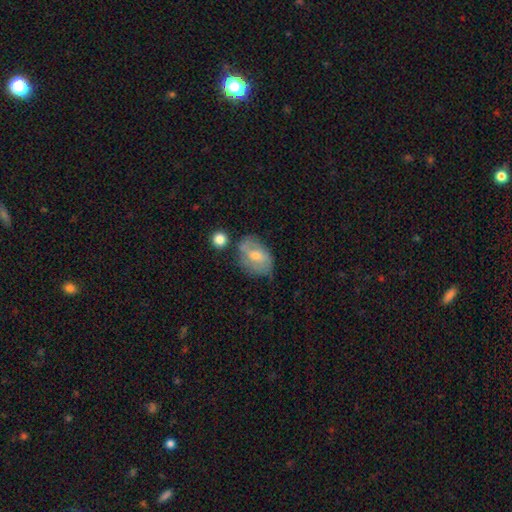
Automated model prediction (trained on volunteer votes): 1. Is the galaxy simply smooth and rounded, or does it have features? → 47% smooth, 44% featured or disk, 9% star or artifact.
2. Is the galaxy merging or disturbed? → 54% none, 27% minor disturbance, 11% merger, 8% major disturbance.